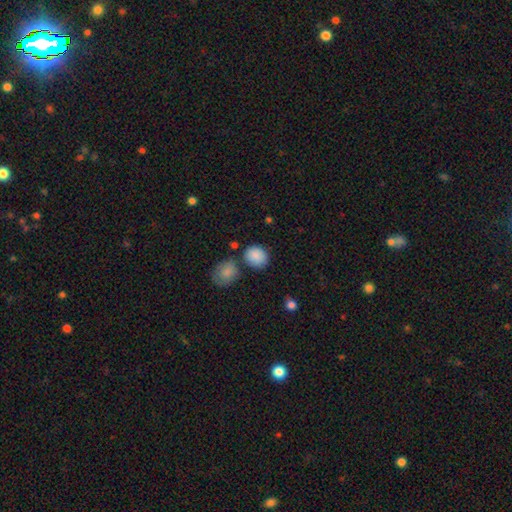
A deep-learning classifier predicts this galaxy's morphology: The model was most divided on "how rounded": round: 64%, in between: 35%, cigar-shaped: 1%. More confident: smooth or featured — smooth (86%); merging — none (72%).